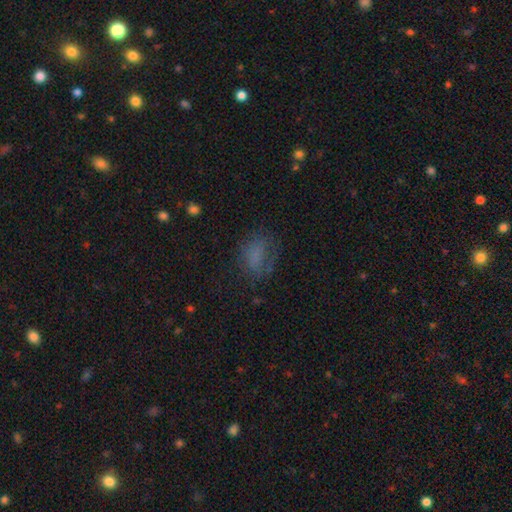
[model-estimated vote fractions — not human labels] smooth_or_featured: smooth (p=0.67) [alt: featured or disk p=0.17]
how_rounded: in between (p=0.75) [alt: round p=0.23]
merging: none (p=0.54) [alt: minor disturbance p=0.24]